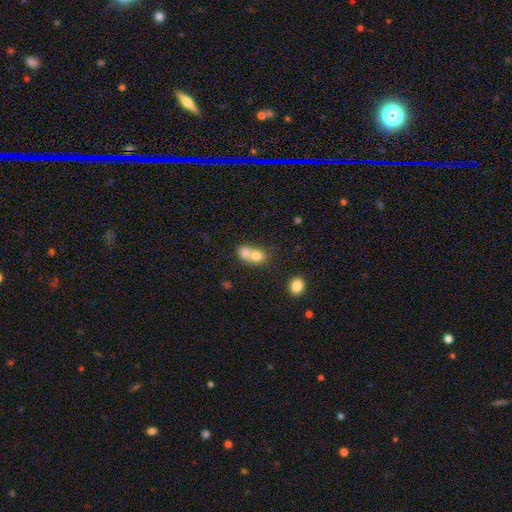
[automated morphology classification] A smooth galaxy with no disk features (74%) that is round (61%).

Vote fractions:
- Smooth or featured? smooth: 74% / featured or disk: 16% / star or artifact: 10%
- How rounded? round: 61% / in between: 37% / cigar-shaped: 2%
- Merging? merger: 71% / none: 21% / minor disturbance: 5% / major disturbance: 3%